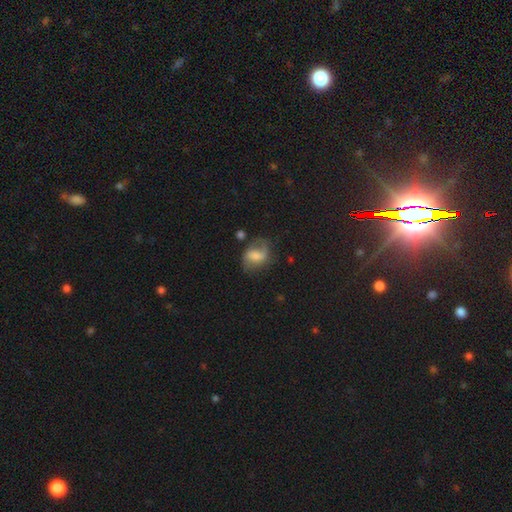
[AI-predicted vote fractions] The model was most divided on "smooth or featured": featured or disk: 48%, smooth: 42%, star or artifact: 10%. More confident: merging — none (50%).